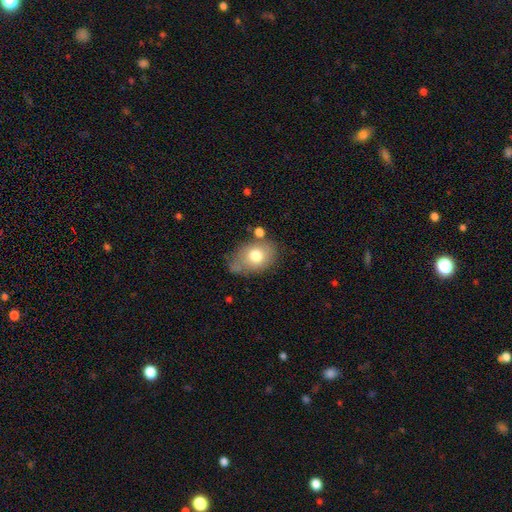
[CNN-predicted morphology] This is likely a smooth galaxy (73%). How rounded: likely in between (75%). Merging: possibly none (57%).